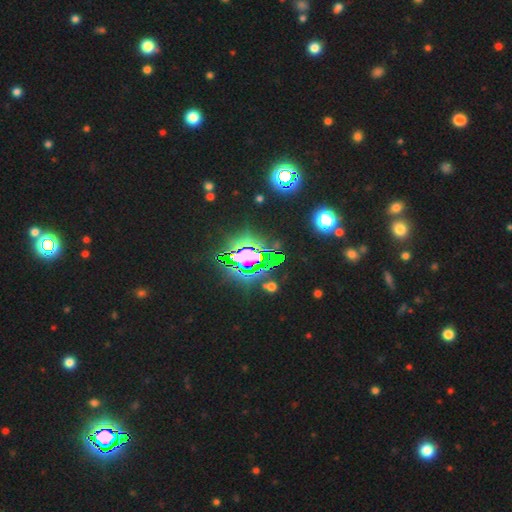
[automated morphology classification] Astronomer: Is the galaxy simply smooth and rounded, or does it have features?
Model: star or artifact — 77%.